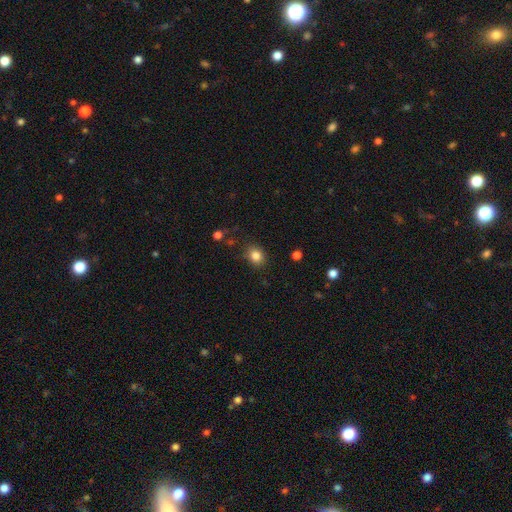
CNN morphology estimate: Smooth or featured? Predicted: smooth (p=0.84). How rounded? Predicted: round (p=0.57). Merging? Predicted: none (p=0.83).